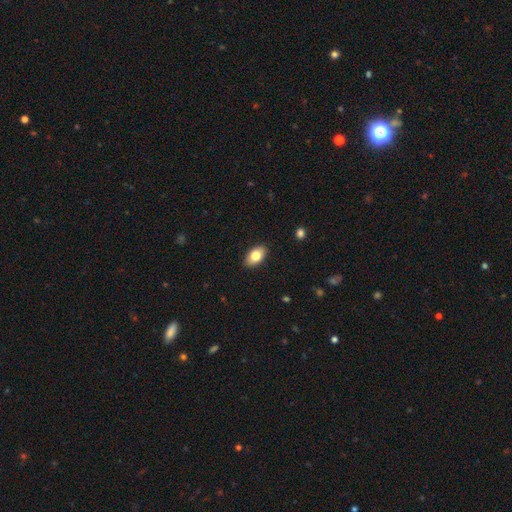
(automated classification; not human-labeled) Morphology: type=smooth (80%); roundness=in between (92%); merging=none (89%).